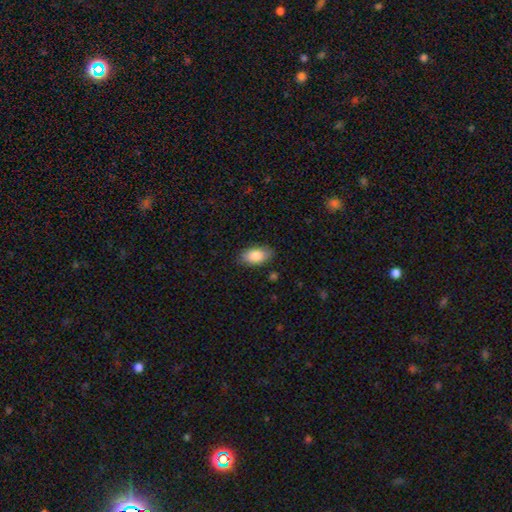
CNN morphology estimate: type=smooth (85%); roundness=in between (93%); merging=none (85%).